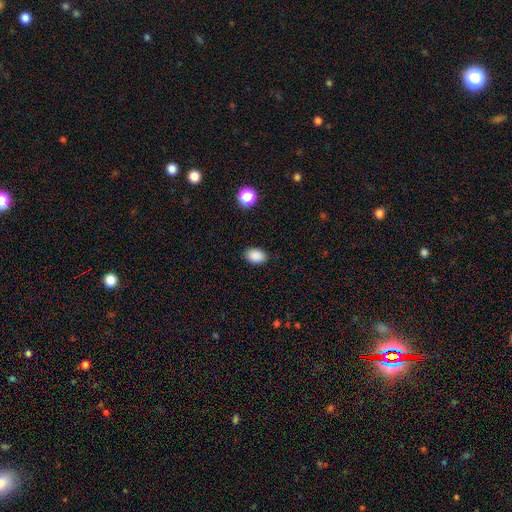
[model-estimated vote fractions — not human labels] A smooth galaxy with no disk features (88%) that is in between round and cigar-shaped (82%).

Vote fractions:
- Smooth or featured? smooth: 88% / star or artifact: 9% / featured or disk: 3%
- How rounded? in between: 82% / round: 17% / cigar-shaped: 1%
- Merging? none: 87% / minor disturbance: 9% / major disturbance: 2% / merger: 1%